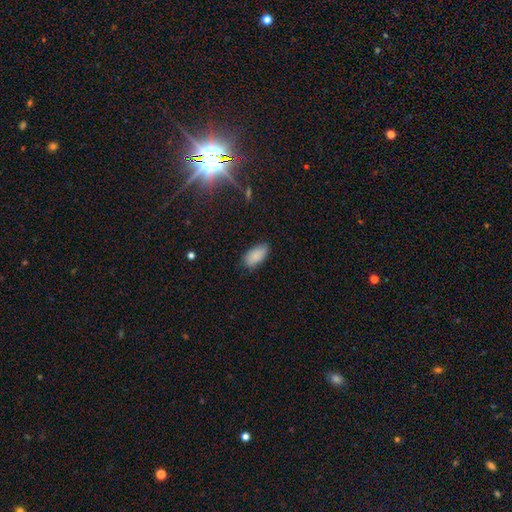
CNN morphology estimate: A smooth galaxy with no disk features (87%) that is in between round and cigar-shaped (92%). Merging: none (77%).